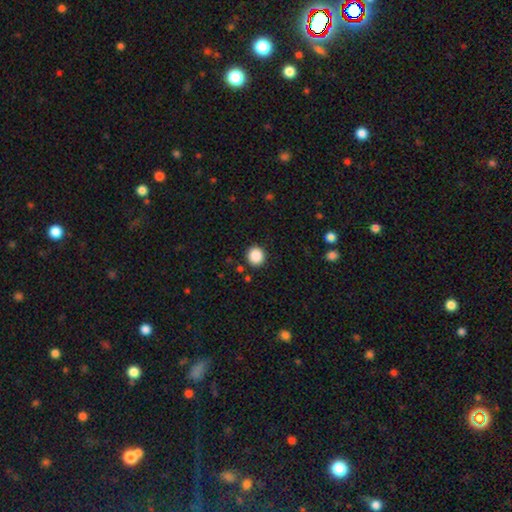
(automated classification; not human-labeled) This appears to be a smooth galaxy with no disk features (88%) that is round (92%). Merging: none (91%).